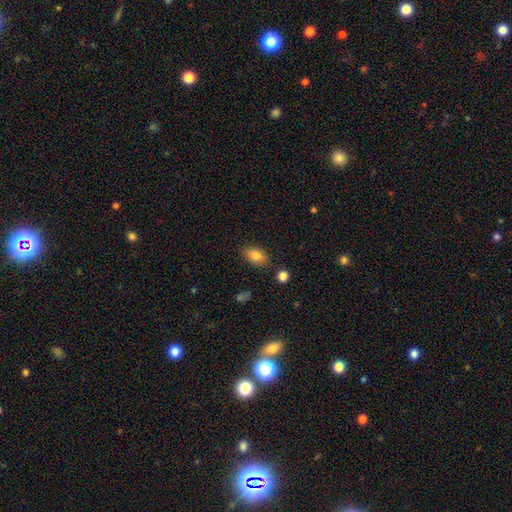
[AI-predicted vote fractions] smooth-or-featured: smooth: 81% | featured or disk: 11% | star or artifact: 9%
  how-rounded: in between: 88% | round: 9% | cigar-shaped: 4%
  merging: none: 84% | minor disturbance: 11% | merger: 3% | major disturbance: 2%